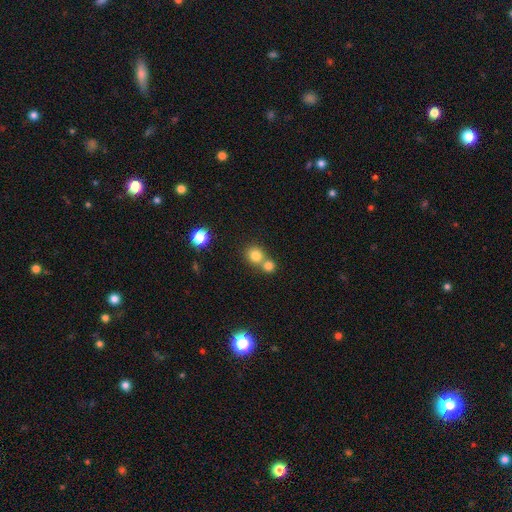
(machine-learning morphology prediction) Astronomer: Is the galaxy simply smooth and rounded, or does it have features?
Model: smooth — 79%.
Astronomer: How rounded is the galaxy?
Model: round — 87%.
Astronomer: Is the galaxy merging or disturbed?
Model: none — 48% (runner-up: merger, 44%).